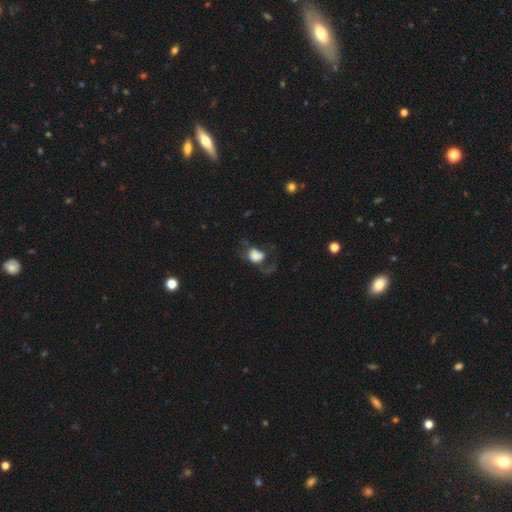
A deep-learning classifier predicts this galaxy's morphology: Smooth or featured? smooth (63%)
How rounded? in between (57%)
Merging? major disturbance (53%)